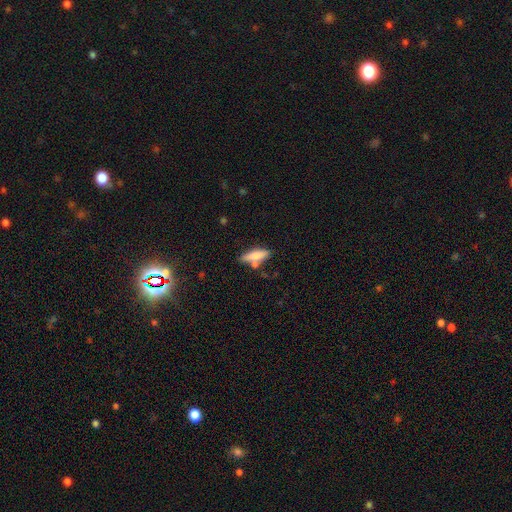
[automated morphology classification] A smooth galaxy with no disk features (72%) that is cigar-shaped (54%). Merging: none (61%).